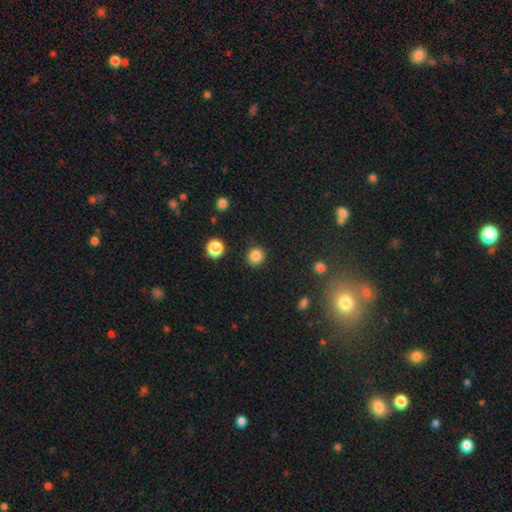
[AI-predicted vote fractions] Q: Smooth or featured?
A: smooth (85%); runner-up: star or artifact (12%)
Q: How rounded?
A: round (91%); runner-up: in between (8%)
Q: Merging?
A: none (90%); runner-up: minor disturbance (6%)